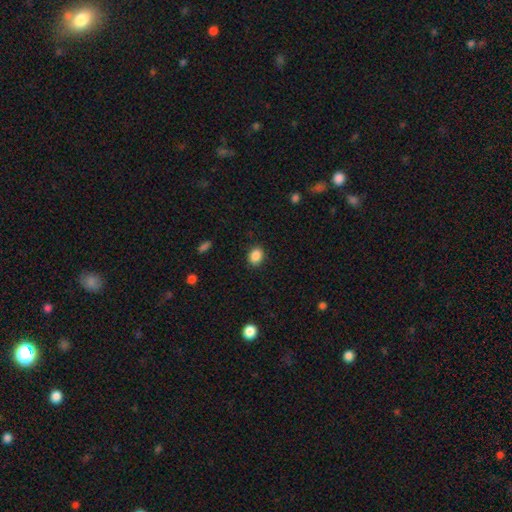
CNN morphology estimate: Smooth or featured: smooth — 88% (star or artifact — 9%)
How rounded: in between — 57% (round — 42%)
Merging: none — 88% (minor disturbance — 9%)